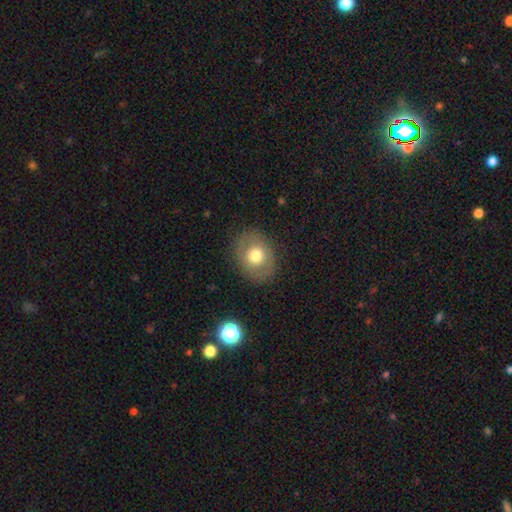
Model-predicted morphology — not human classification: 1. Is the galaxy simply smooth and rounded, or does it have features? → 67% smooth, 24% featured or disk, 9% star or artifact.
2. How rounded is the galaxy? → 52% in between, 47% round, 1% cigar-shaped.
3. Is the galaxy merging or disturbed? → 83% none, 11% minor disturbance, 5% major disturbance, 1% merger.